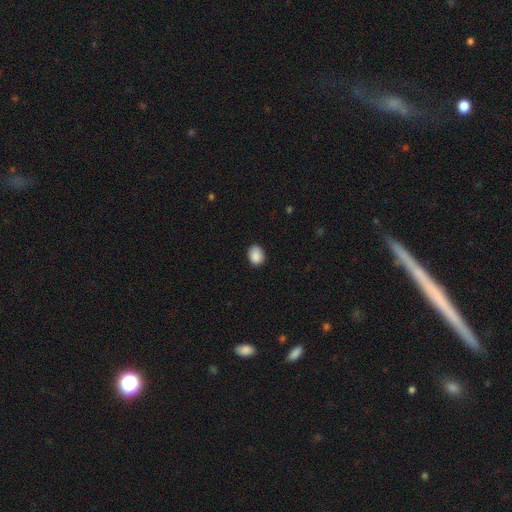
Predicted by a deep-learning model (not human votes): smooth-or-featured: smooth: 89% | star or artifact: 8% | featured or disk: 3%
  how-rounded: in between: 58% | round: 41% | cigar-shaped: 1%
  merging: none: 85% | minor disturbance: 12% | major disturbance: 2% | merger: 1%